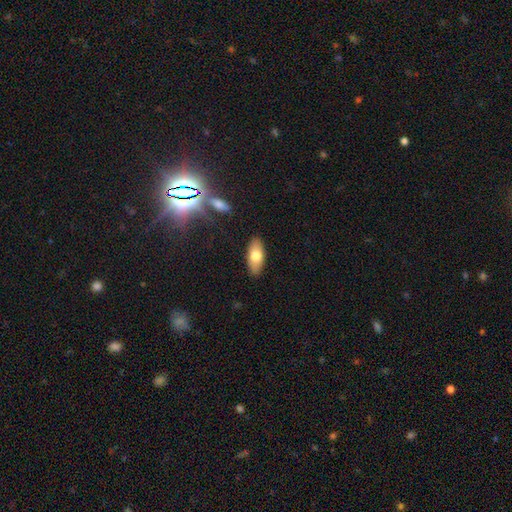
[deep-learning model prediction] Morphology: type=smooth (71%); roundness=in between (83%); merging=none (88%).